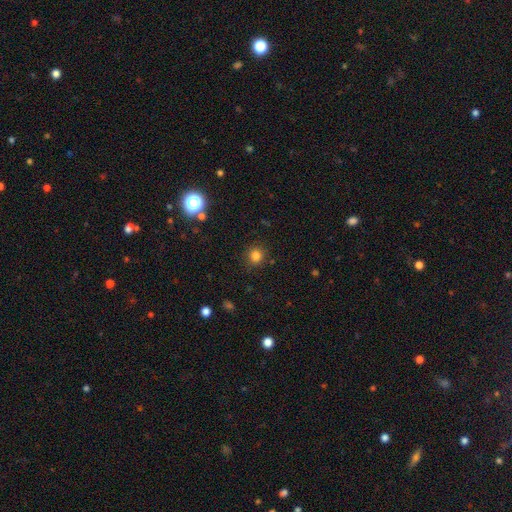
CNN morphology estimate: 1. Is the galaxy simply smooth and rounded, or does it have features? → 80% smooth, 14% star or artifact, 5% featured or disk.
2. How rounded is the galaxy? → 89% round, 10% in between, 1% cigar-shaped.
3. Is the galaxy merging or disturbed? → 88% none, 8% minor disturbance, 3% major disturbance, 2% merger.